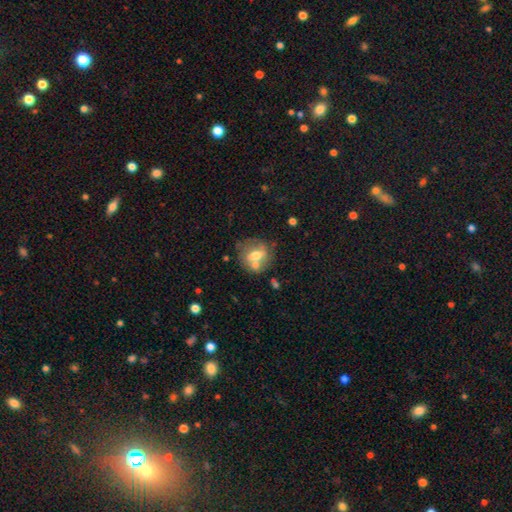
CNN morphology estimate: Smooth or featured? smooth (54%)
How rounded? round (63%)
Merging? none (48%)